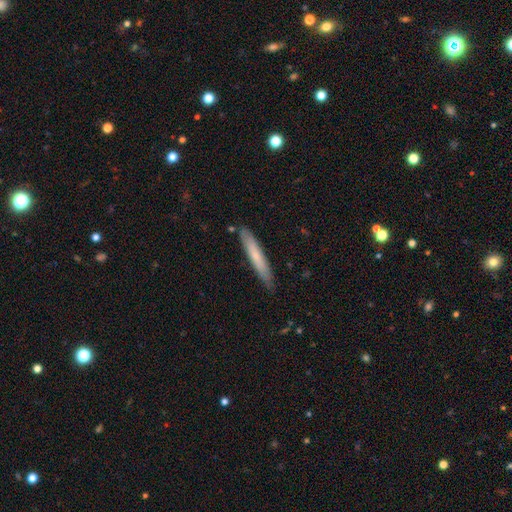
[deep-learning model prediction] The model was most divided on "smooth or featured": smooth: 66%, featured or disk: 28%, star or artifact: 6%. More confident: how rounded — cigar-shaped (94%); merging — none (85%).